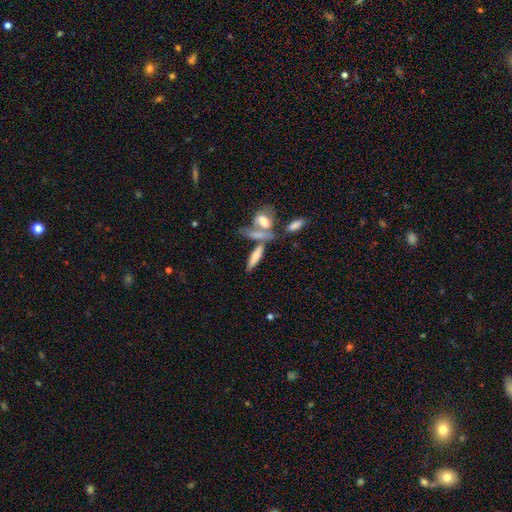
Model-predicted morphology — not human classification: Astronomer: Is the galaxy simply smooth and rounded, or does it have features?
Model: smooth — 65%.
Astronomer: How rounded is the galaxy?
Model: cigar-shaped — 60% (runner-up: in between, 36%).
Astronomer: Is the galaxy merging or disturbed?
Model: none — 44% (runner-up: merger, 37%).